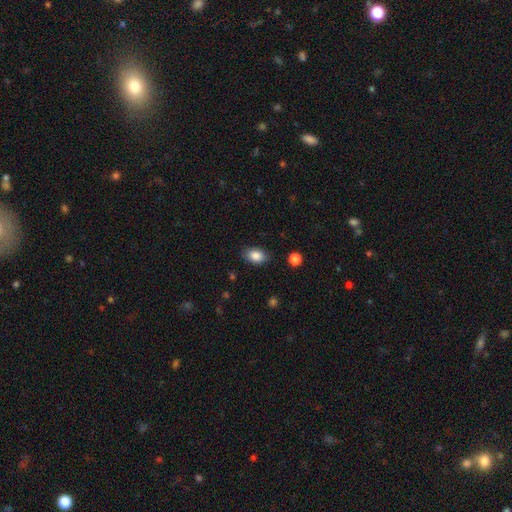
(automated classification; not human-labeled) smooth_or_featured: smooth (p=0.86) [alt: star or artifact p=0.08]
how_rounded: in between (p=0.86) [alt: round p=0.12]
merging: none (p=0.85) [alt: minor disturbance p=0.11]